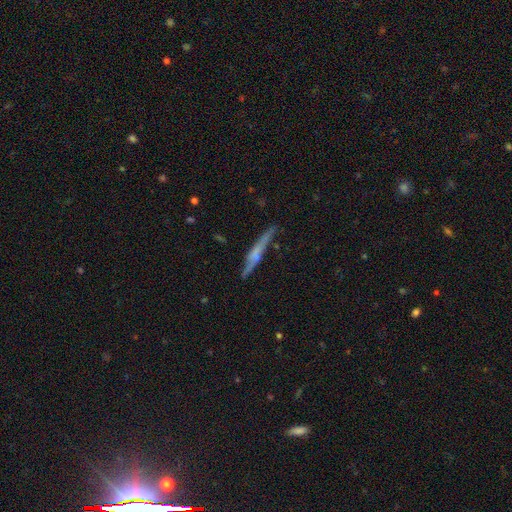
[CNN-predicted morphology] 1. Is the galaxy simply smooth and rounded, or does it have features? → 63% featured or disk, 29% smooth, 8% star or artifact.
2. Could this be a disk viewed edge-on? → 93% yes, 7% no.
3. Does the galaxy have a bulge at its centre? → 45% rounded, 40% none, 15% boxy.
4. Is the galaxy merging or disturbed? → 75% none, 17% minor disturbance, 5% major disturbance, 3% merger.